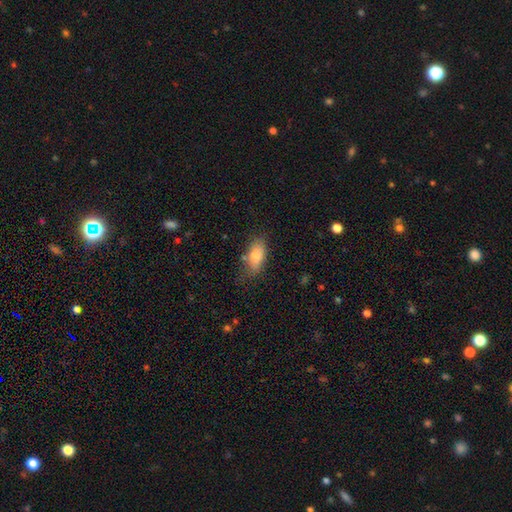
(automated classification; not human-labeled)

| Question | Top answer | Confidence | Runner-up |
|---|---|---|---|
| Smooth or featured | smooth | 83% | featured or disk (10%) |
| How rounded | in between | 86% | cigar-shaped (10%) |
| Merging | none | 61% | minor disturbance (25%) |